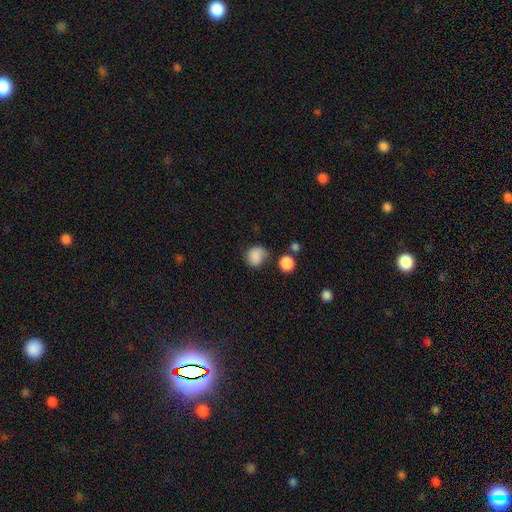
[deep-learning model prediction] Smooth or featured? smooth (84%)
How rounded? round (75%)
Merging? none (59%)